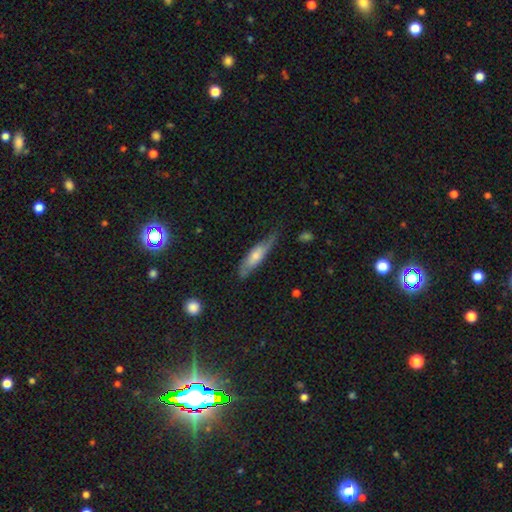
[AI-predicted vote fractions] Q: Smooth or featured?
A: smooth (47%); runner-up: featured or disk (45%)
Q: Merging?
A: none (63%); runner-up: minor disturbance (28%)